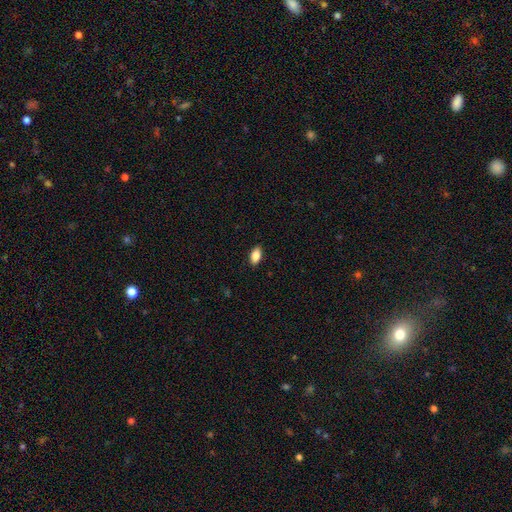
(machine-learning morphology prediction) This appears to be a smooth galaxy with no disk features (86%) that is in between round and cigar-shaped (91%). Merging: none (89%).